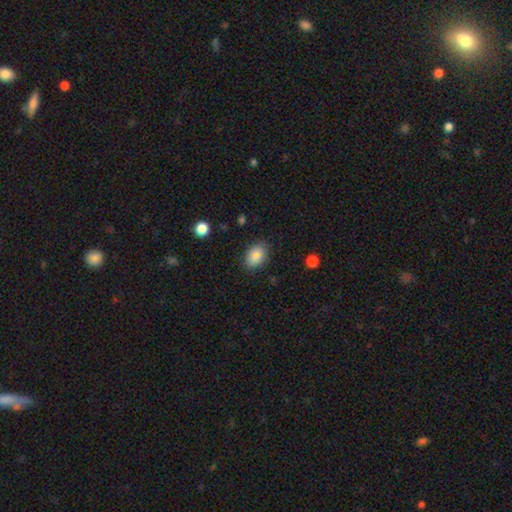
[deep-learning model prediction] smooth_or_featured: smooth (p=0.88) [alt: star or artifact p=0.08]
how_rounded: in between (p=0.82) [alt: round p=0.17]
merging: none (p=0.84) [alt: minor disturbance p=0.12]